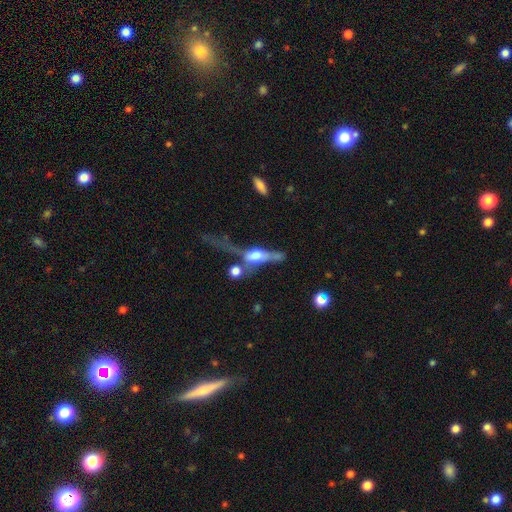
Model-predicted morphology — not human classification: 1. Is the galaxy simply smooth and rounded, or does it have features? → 58% featured or disk, 32% smooth, 10% star or artifact.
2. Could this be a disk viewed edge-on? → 70% yes, 30% no.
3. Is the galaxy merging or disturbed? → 34% major disturbance, 30% merger, 22% none, 14% minor disturbance.